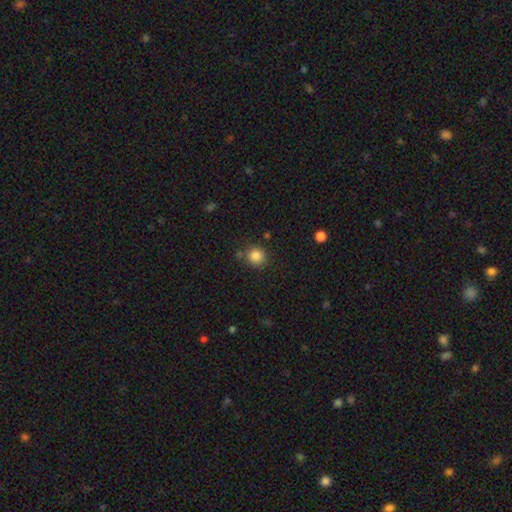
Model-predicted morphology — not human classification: A smooth galaxy with no disk features (85%) that is round (89%).

Vote fractions:
- Smooth or featured? smooth: 85% / star or artifact: 11% / featured or disk: 4%
- How rounded? round: 89% / in between: 10% / cigar-shaped: 1%
- Merging? none: 79% / minor disturbance: 12% / merger: 6% / major disturbance: 4%